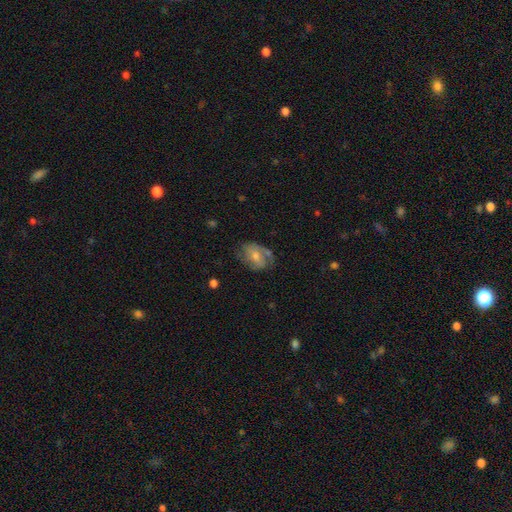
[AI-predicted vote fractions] This is likely a featured or disk galaxy (63%). It is clearly not viewed edge-on (96%). Bar: possibly no (53%). Spiral arm pattern: clearly yes (84%). Spiral arm count: possibly 2 (58%). Spiral winding: marginally medium (44%). Central bulge: possibly moderate (53%). Merging: likely none (66%).